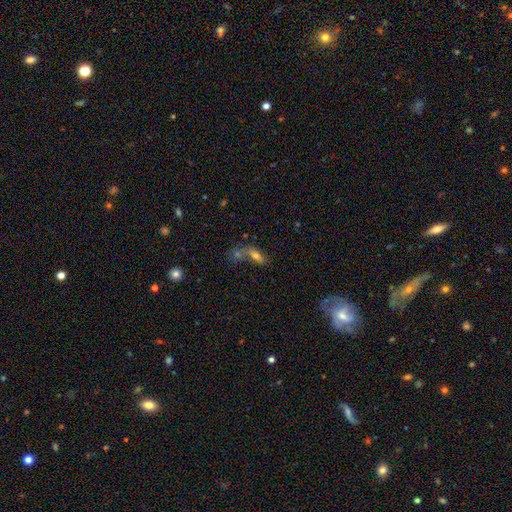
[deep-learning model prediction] Smooth or featured? Predicted: smooth (p=0.63). How rounded? Predicted: in between (p=0.68). Merging? Predicted: merger (p=0.54).